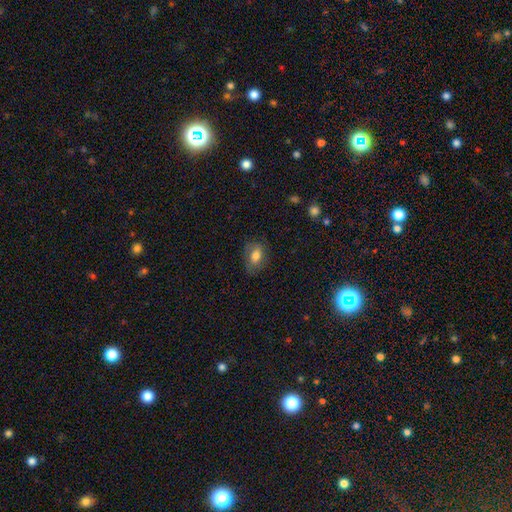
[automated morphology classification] Overall: smooth (72%). How rounded: in between (80%). Merging: none (72%).